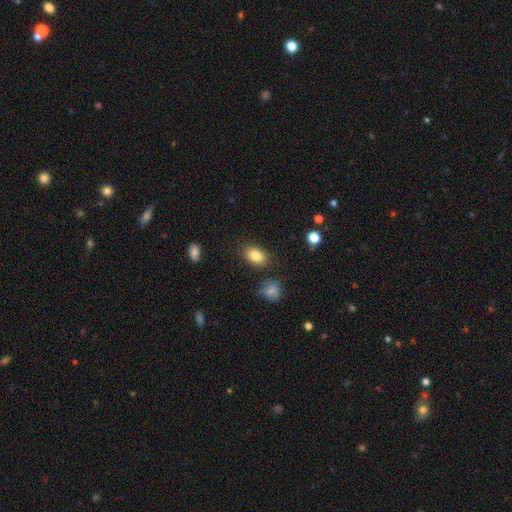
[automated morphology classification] Smooth or featured? Predicted: smooth (p=0.84). How rounded? Predicted: in between (p=0.85). Merging? Predicted: none (p=0.84).